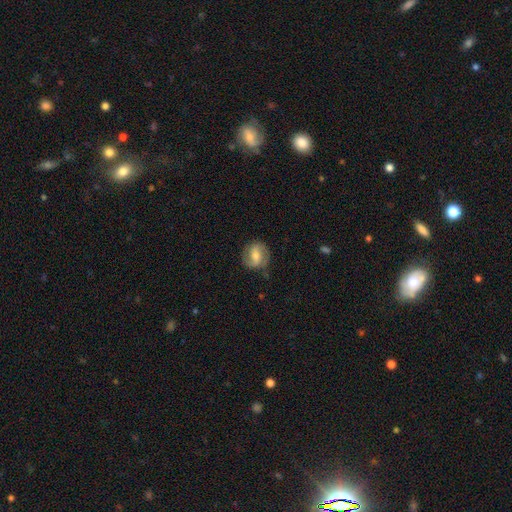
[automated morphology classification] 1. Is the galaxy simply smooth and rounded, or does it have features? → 65% featured or disk, 29% smooth, 7% star or artifact.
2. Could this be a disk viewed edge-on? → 97% no, 3% yes.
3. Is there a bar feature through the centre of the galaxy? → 45% weak, 29% strong, 25% no.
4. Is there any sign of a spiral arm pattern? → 88% yes, 12% no.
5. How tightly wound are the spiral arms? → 46% medium, 28% tight, 26% loose.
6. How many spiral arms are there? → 85% 2, 8% can't tell, 4% 1, 2% 3, 1% 4, 1% more than 4.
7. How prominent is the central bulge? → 54% moderate, 35% small, 6% large, 4% none, 1% dominant.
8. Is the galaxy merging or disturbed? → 71% none, 20% minor disturbance, 7% major disturbance, 1% merger.